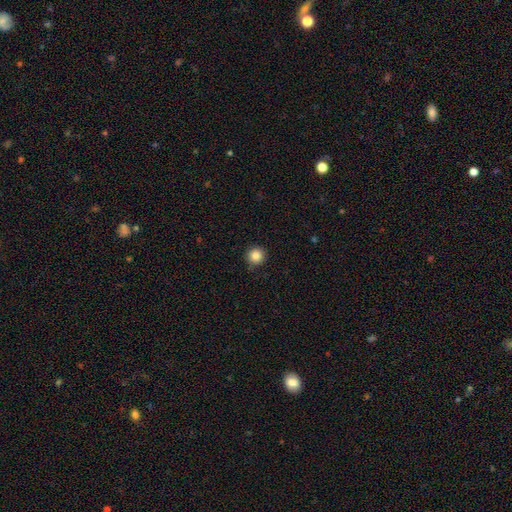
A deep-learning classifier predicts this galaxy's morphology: Q: Smooth or featured?
A: smooth (85%); runner-up: star or artifact (10%)
Q: How rounded?
A: round (95%); runner-up: in between (4%)
Q: Merging?
A: none (91%); runner-up: minor disturbance (6%)